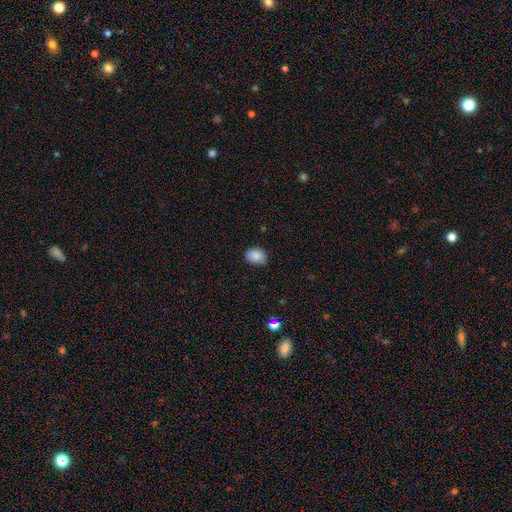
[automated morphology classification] Smooth or featured: smooth — 86% (star or artifact — 9%)
How rounded: in between — 53% (round — 46%)
Merging: none — 77% (minor disturbance — 19%)